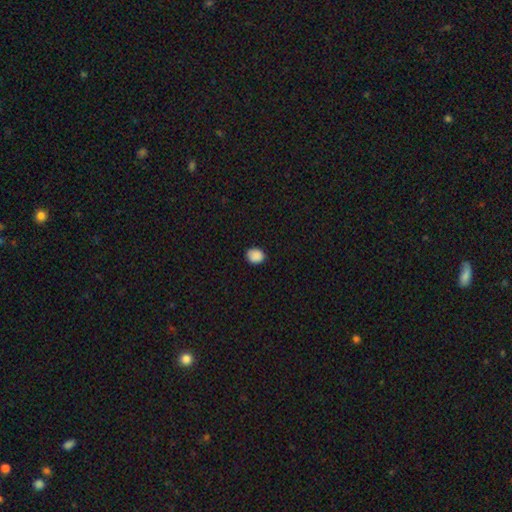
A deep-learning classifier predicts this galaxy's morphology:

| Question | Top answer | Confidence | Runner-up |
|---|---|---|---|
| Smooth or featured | smooth | 88% | star or artifact (9%) |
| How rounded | round | 57% | in between (42%) |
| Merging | none | 86% | minor disturbance (11%) |